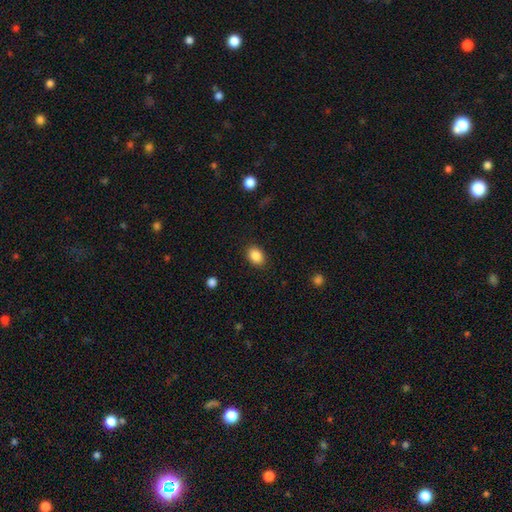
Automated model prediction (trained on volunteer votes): Overall: smooth (88%). How rounded: in between (74%). Merging: none (88%).